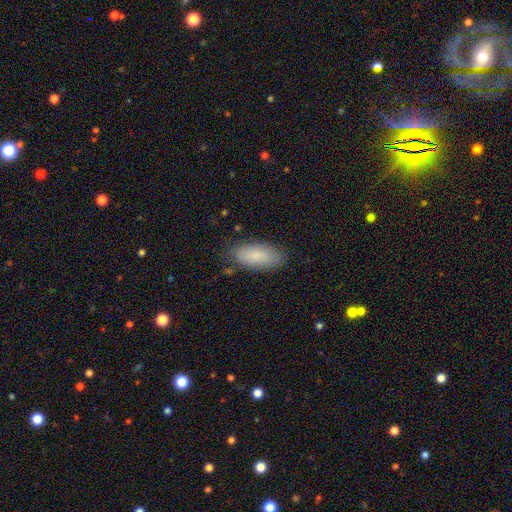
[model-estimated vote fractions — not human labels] Q: Smooth or featured?
A: smooth (85%); runner-up: featured or disk (8%)
Q: How rounded?
A: in between (85%); runner-up: cigar-shaped (13%)
Q: Merging?
A: none (80%); runner-up: minor disturbance (15%)